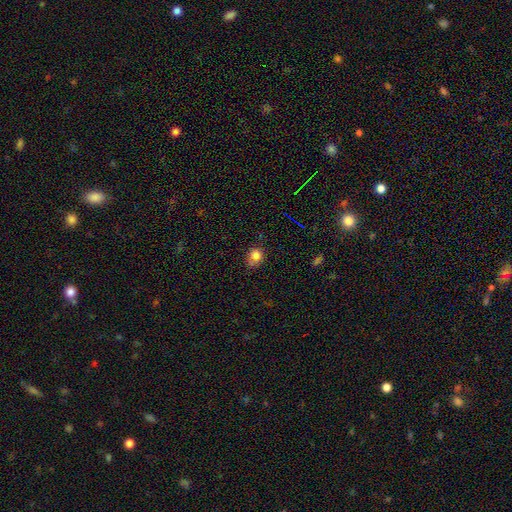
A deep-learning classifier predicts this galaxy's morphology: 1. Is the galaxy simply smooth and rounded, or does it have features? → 75% smooth, 16% star or artifact, 9% featured or disk.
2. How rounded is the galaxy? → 62% round, 37% in between, 1% cigar-shaped.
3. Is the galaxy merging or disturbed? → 53% none, 27% minor disturbance, 10% merger, 10% major disturbance.